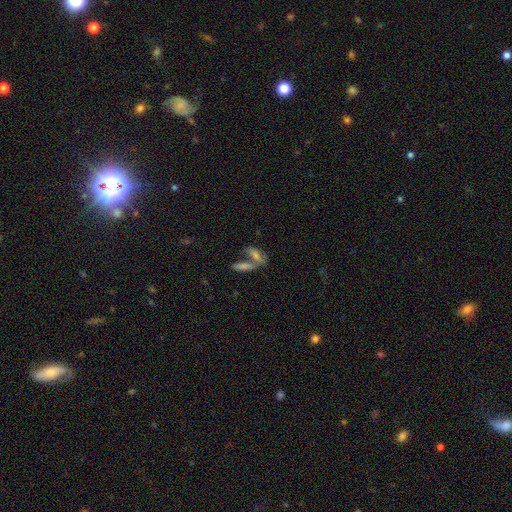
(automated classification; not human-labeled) Overall: featured or disk (35%; star or artifact 33%). Merging: none (41%; merger 37%).